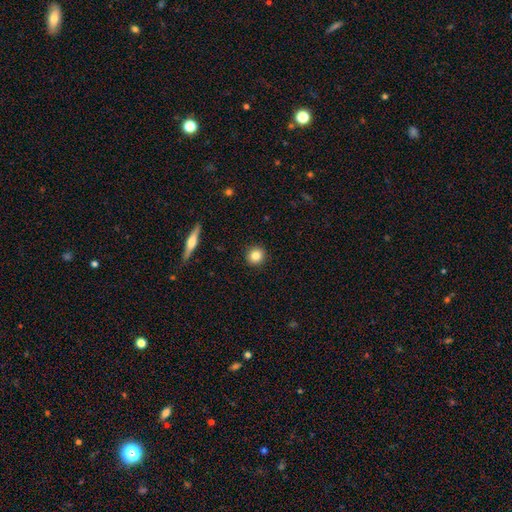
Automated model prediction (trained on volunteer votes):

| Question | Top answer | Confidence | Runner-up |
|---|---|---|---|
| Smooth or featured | smooth | 84% | star or artifact (9%) |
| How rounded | round | 91% | in between (8%) |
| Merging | none | 92% | minor disturbance (5%) |